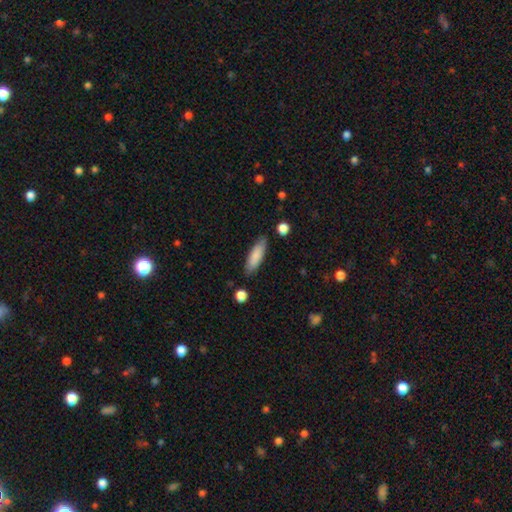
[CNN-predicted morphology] Smooth or featured: smooth — 84% (featured or disk — 10%)
How rounded: cigar-shaped — 54% (in between — 44%)
Merging: none — 83% (minor disturbance — 12%)